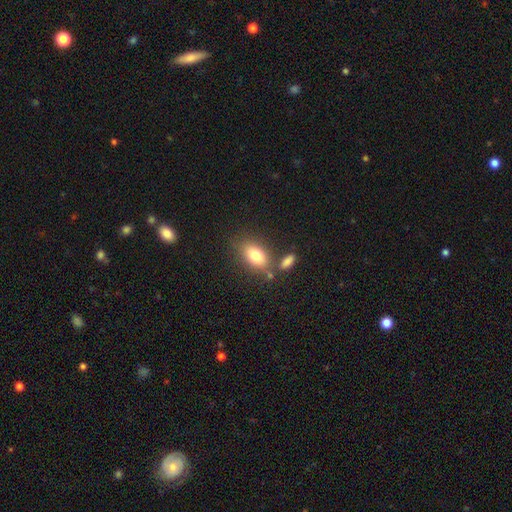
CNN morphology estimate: A smooth galaxy with no disk features (79%) that is in between round and cigar-shaped (86%).

Vote fractions:
- Smooth or featured? smooth: 79% / featured or disk: 13% / star or artifact: 8%
- How rounded? in between: 86% / round: 9% / cigar-shaped: 5%
- Merging? none: 66% / merger: 16% / minor disturbance: 14% / major disturbance: 5%